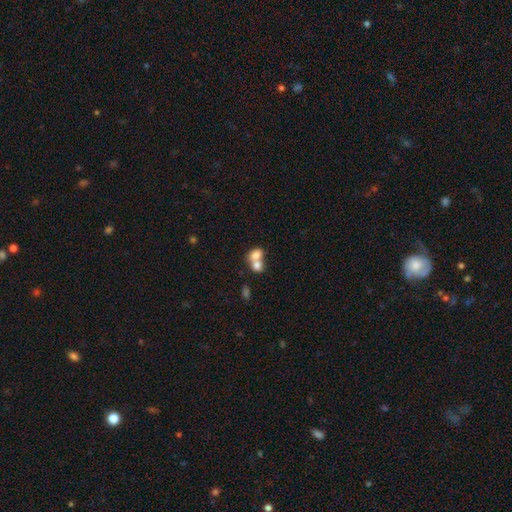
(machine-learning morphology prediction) Smooth or featured? smooth (75%)
How rounded? in between (55%)
Merging? merger (69%)